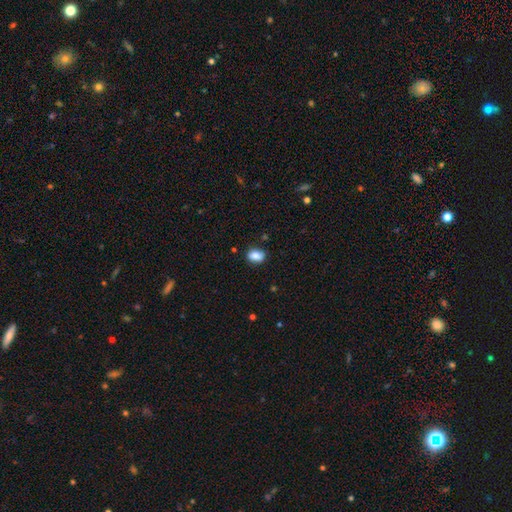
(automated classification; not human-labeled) The model was most divided on "how rounded": in between: 76%, round: 23%, cigar-shaped: 1%. More confident: smooth or featured — smooth (86%); merging — none (81%).